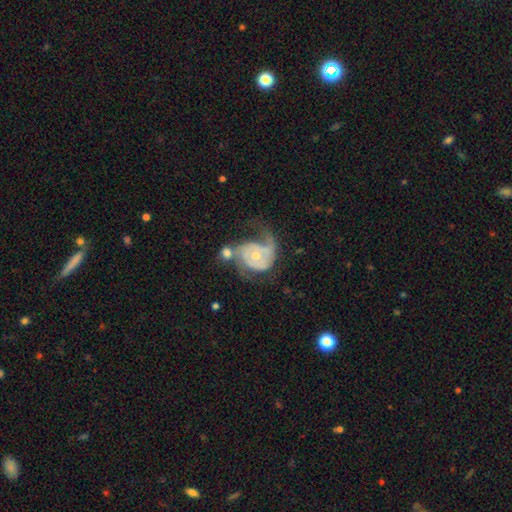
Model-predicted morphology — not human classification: This appears to be a featured or disk galaxy (79%) with no bar (74%), 2 (49%) medium (38%) spiral arms (90%) and a small central bulge (48%). Merging: major disturbance (31%).